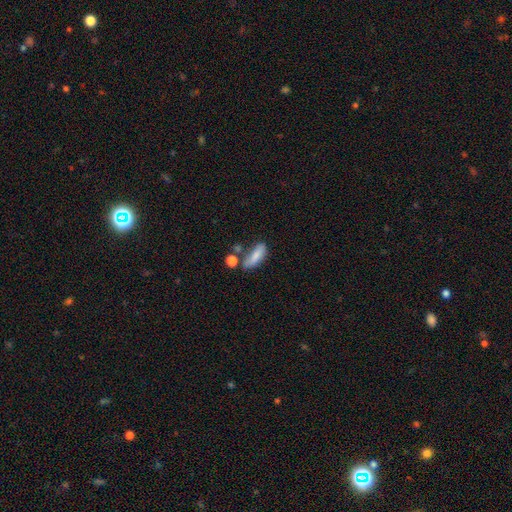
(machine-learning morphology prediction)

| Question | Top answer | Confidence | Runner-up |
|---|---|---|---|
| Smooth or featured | smooth | 78% | featured or disk (15%) |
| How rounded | in between | 67% | cigar-shaped (29%) |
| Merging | none | 47% | minor disturbance (23%) |